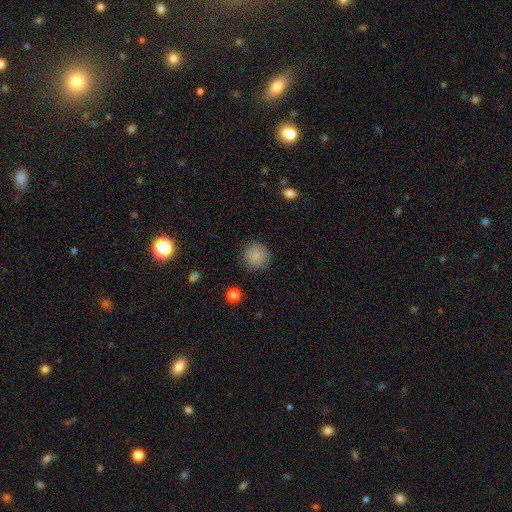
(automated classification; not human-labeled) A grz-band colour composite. It shows a smooth galaxy with no disk features (86%) that is round (94%). Merging: none (87%).